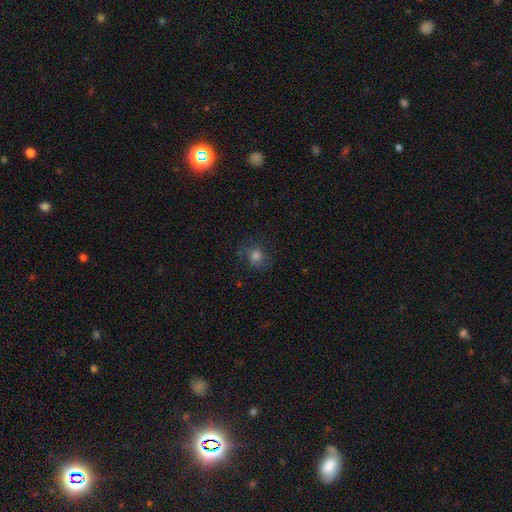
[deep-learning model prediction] smooth-or-featured: smooth: 56% | featured or disk: 24% | star or artifact: 20%
  how-rounded: round: 76% | in between: 23% | cigar-shaped: 1%
  merging: none: 71% | minor disturbance: 17% | major disturbance: 10% | merger: 2%